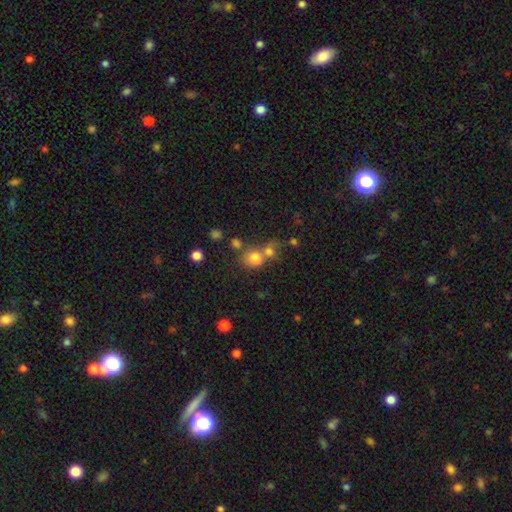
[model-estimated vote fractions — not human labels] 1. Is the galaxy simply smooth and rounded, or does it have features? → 67% smooth, 22% star or artifact, 11% featured or disk.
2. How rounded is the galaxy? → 79% round, 19% in between, 1% cigar-shaped.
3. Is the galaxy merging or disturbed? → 43% none (tied), 43% merger (tied), 8% minor disturbance, 5% major disturbance.